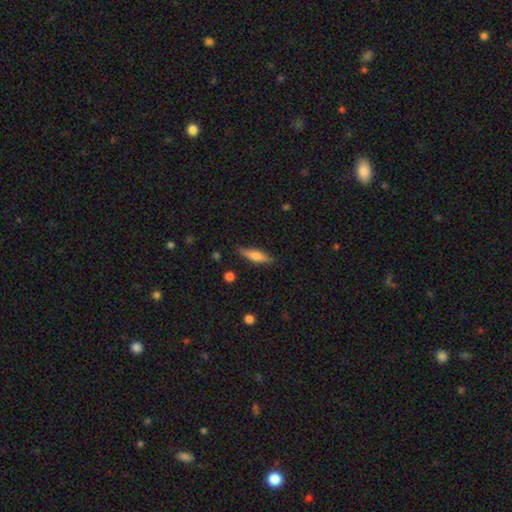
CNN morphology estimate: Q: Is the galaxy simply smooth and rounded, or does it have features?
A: smooth — 58%.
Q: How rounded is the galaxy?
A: cigar-shaped — 69%.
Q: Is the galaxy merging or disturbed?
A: none — 85%.